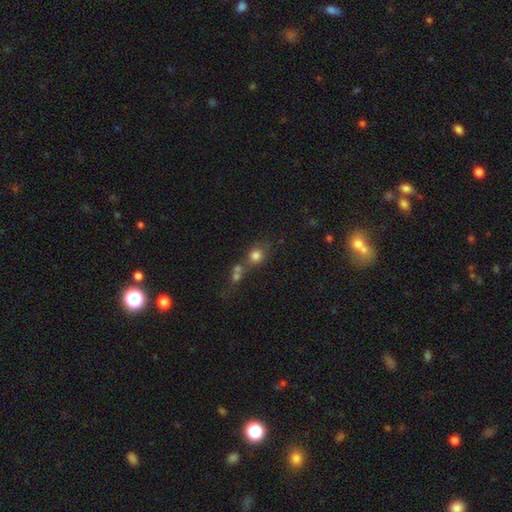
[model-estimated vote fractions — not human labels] The model was most divided on "merging": merger: 42%, none: 41%, minor disturbance: 10%, major disturbance: 7%. More confident: smooth or featured — smooth (75%); how rounded — round (75%).